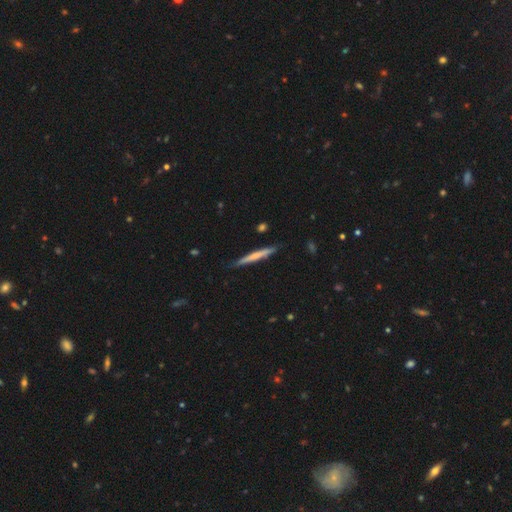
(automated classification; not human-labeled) smooth_or_featured: smooth (p=0.54) [alt: featured or disk p=0.41]
how_rounded: cigar-shaped (p=0.96) [alt: in between p=0.02]
merging: none (p=0.85) [alt: minor disturbance p=0.12]